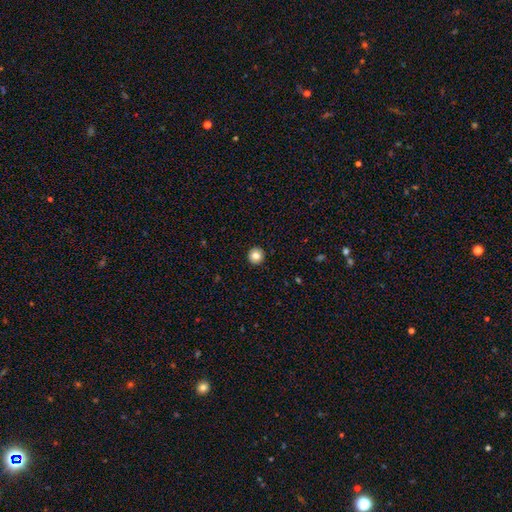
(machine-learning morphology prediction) Q: Smooth or featured?
A: smooth (83%); runner-up: star or artifact (9%)
Q: How rounded?
A: round (94%); runner-up: in between (5%)
Q: Merging?
A: none (93%); runner-up: minor disturbance (4%)